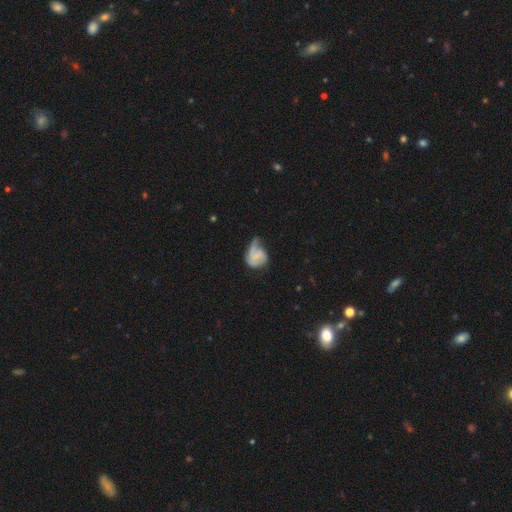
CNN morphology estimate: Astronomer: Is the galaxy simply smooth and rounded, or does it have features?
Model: featured or disk — 53% (runner-up: smooth, 39%).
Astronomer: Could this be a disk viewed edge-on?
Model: no — 97%.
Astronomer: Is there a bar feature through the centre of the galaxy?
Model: no — 61%.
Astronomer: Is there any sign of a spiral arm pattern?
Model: yes — 79%.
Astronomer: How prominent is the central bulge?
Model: none — 46% (runner-up: small, 41%).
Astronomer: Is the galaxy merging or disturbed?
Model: major disturbance — 35% (runner-up: minor disturbance, 34%).